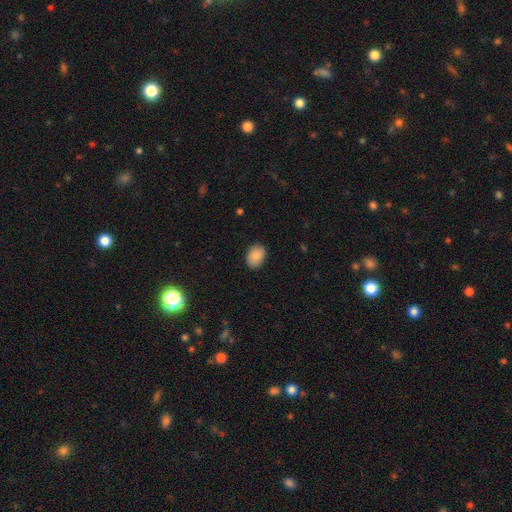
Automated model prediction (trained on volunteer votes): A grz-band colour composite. It shows a smooth galaxy with no disk features (87%) that is in between round and cigar-shaped (71%). Merging: none (83%).